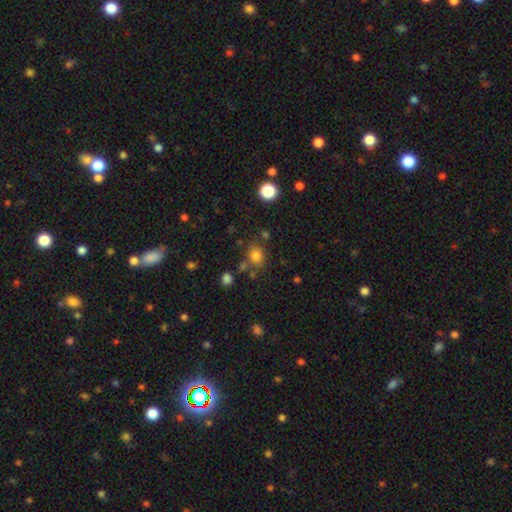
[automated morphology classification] type=smooth (78%); roundness=round (59%); merging=none (70%).